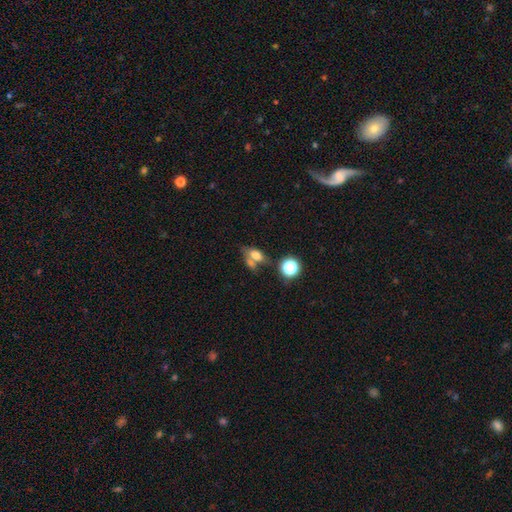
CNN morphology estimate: Overall: smooth (71%). How rounded: in between (77%). Merging: none (42%; merger 37%).